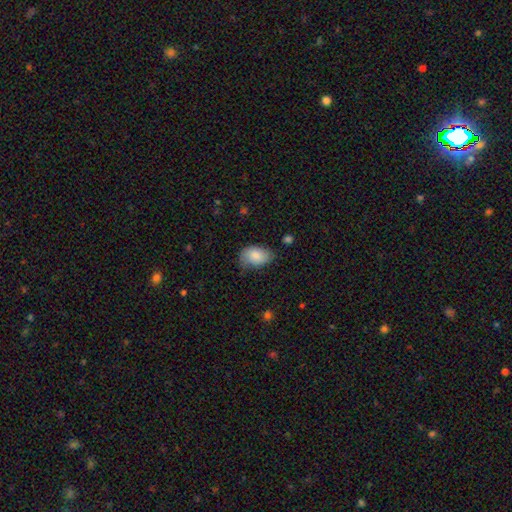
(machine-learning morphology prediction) This appears to be a smooth galaxy with no disk features (83%) that is in between round and cigar-shaped (88%). Merging: none (64%).